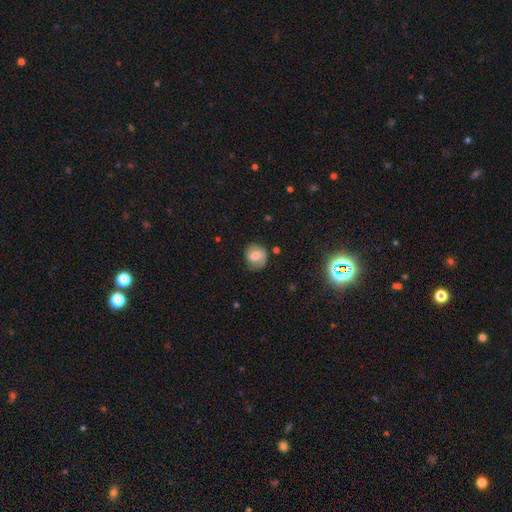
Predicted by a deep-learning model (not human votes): Morphology: type=smooth (59%); roundness=round (75%); merging=none (71%).